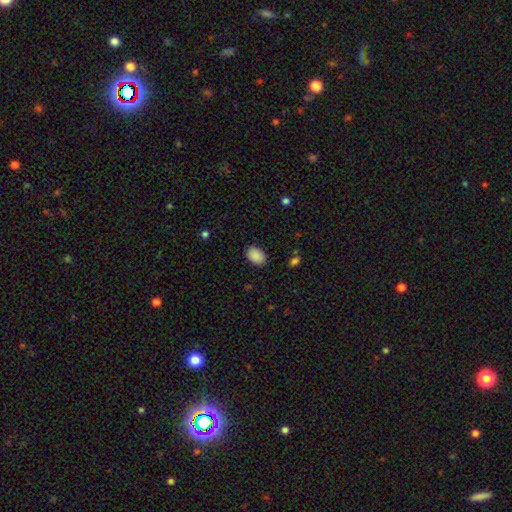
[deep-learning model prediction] Smooth or featured?
  - smooth: 90% *
  - star or artifact: 7%
  - featured or disk: 3%
How rounded?
  - in between: 84% *
  - round: 15%
  - cigar-shaped: 1%
Merging?
  - none: 86% *
  - minor disturbance: 10%
  - major disturbance: 2%
  - merger: 1%